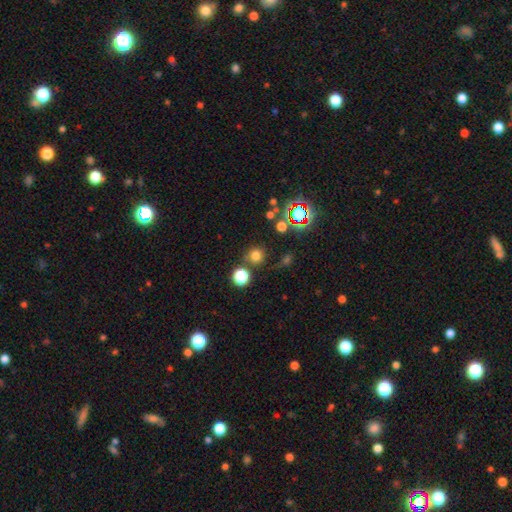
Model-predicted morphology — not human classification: Overall: smooth (71%). How rounded: round (91%). Merging: none (77%).